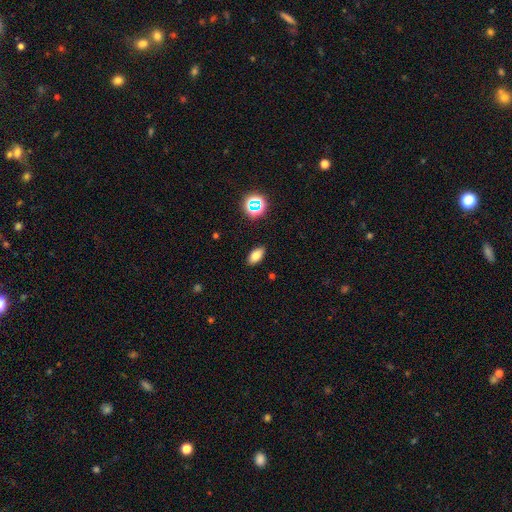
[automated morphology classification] A smooth galaxy with no disk features (76%) that is in between round and cigar-shaped (90%). Merging: none (88%).